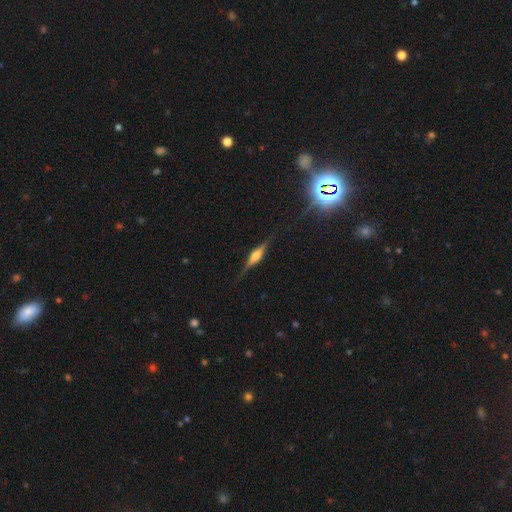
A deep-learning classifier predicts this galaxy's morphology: A featured or disk galaxy (73%) viewed edge-on (97%) with a rounded central bulge (83%). Merging: none (85%).